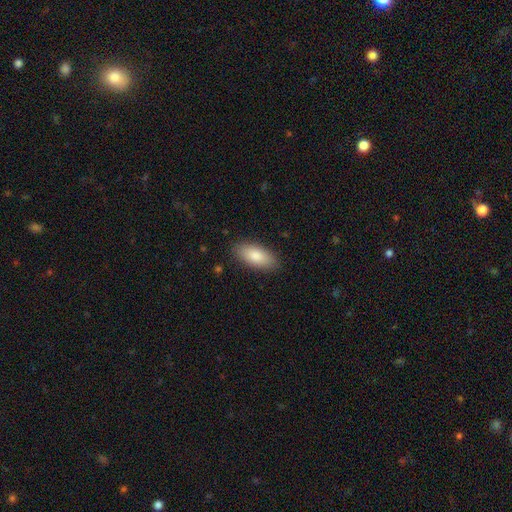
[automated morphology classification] The model was most divided on "smooth or featured": smooth: 84%, featured or disk: 10%, star or artifact: 6%. More confident: how rounded — in between (87%); merging — none (87%).